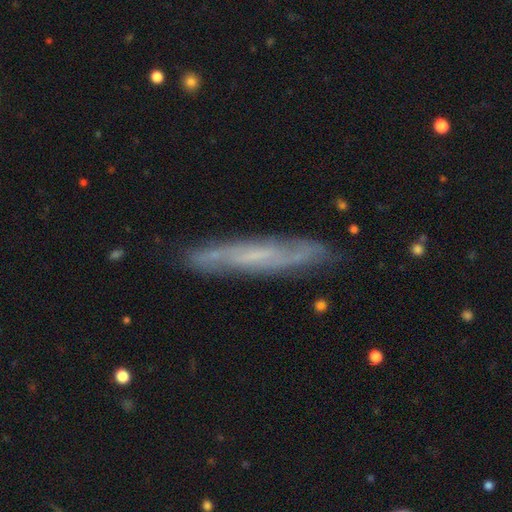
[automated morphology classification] type=featured or disk (66%); edge-on=yes (58%); merging=none (82%).